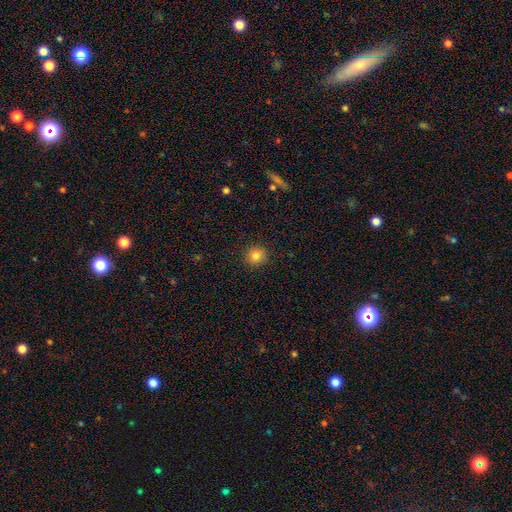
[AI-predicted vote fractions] Overall: smooth (83%). How rounded: round (91%). Merging: none (91%).